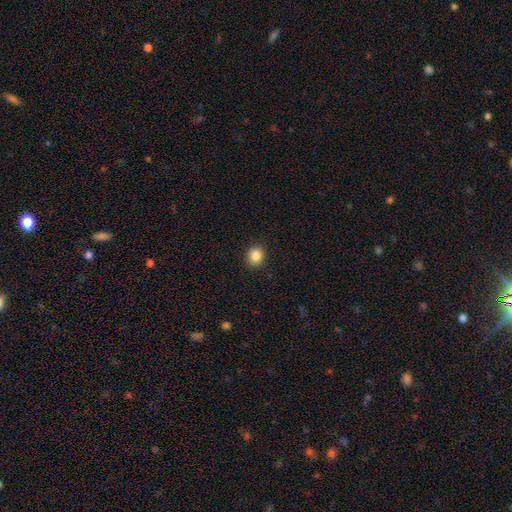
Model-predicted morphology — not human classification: This appears to be a smooth galaxy with no disk features (85%) that is round (70%). Merging: none (90%).